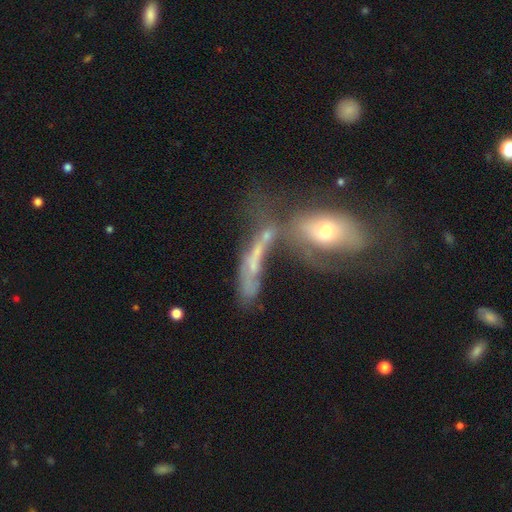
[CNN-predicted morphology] Smooth or featured?
  - featured or disk: 51% *
  - smooth: 37%
  - star or artifact: 12%
Edge-on disk?
  - no: 69% *
  - yes: 31%
Merging?
  - merger: 50% *
  - none: 21%
  - major disturbance: 17%
  - minor disturbance: 12%